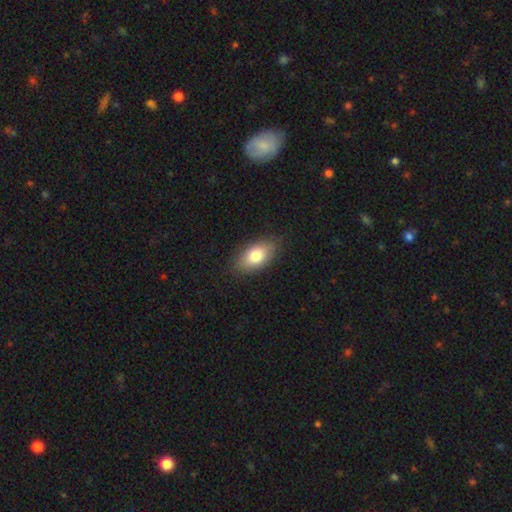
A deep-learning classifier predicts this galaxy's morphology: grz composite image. It shows a smooth galaxy with no disk features (78%) that is in between round and cigar-shaped (90%). Merging: none (85%).